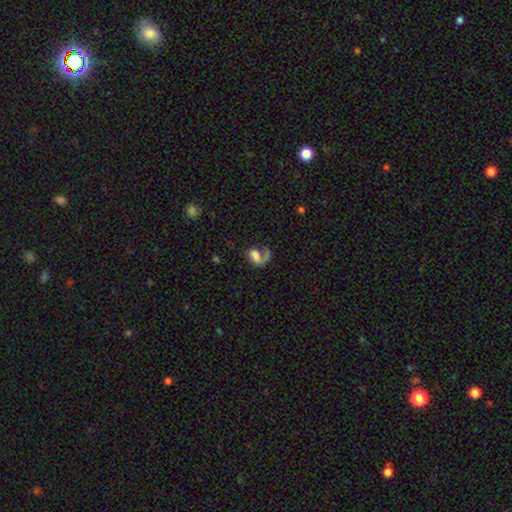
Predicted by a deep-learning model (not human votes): A smooth galaxy with no disk features (48%). Merging: major disturbance (38%).